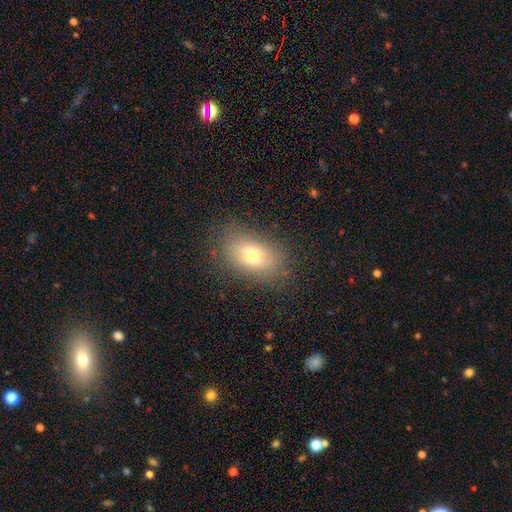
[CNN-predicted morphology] Q: Smooth or featured?
A: smooth (67%); runner-up: featured or disk (21%)
Q: How rounded?
A: in between (87%); runner-up: round (9%)
Q: Merging?
A: none (75%); runner-up: minor disturbance (16%)